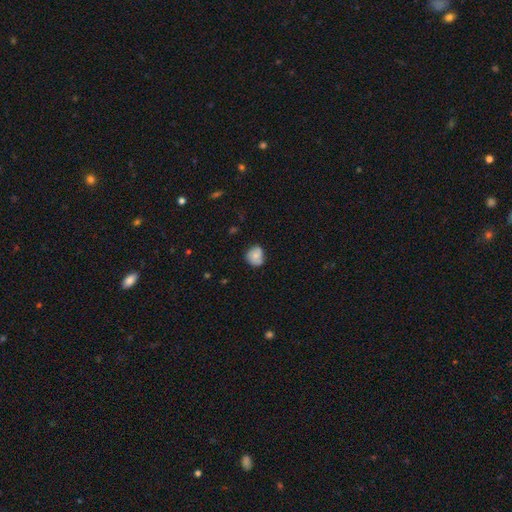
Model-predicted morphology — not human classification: Q: Smooth or featured?
A: smooth (63%); runner-up: featured or disk (29%)
Q: How rounded?
A: round (70%); runner-up: in between (29%)
Q: Merging?
A: none (59%); runner-up: minor disturbance (31%)